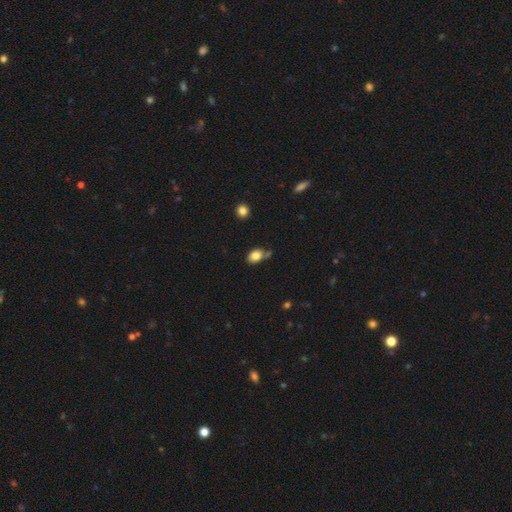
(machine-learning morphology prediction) This appears to be a smooth galaxy with no disk features (84%) that is in between round and cigar-shaped (78%). Merging: none (62%).